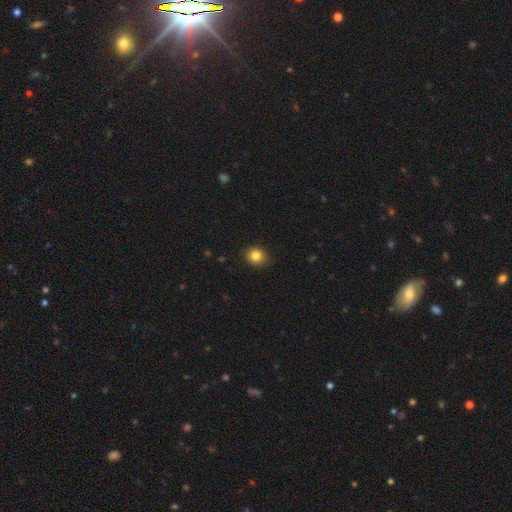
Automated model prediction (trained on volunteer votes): This appears to be a smooth galaxy with no disk features (83%) that is round (75%). Merging: none (89%).